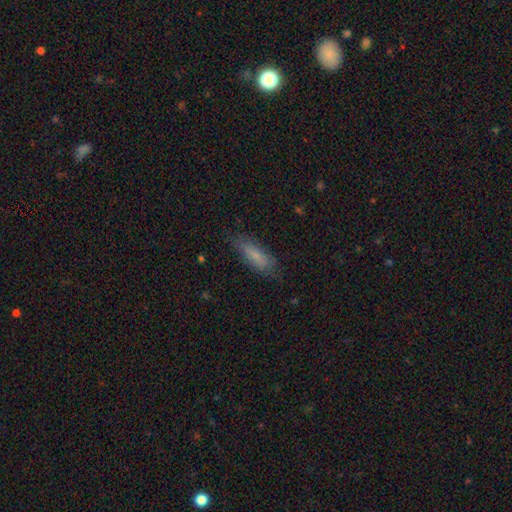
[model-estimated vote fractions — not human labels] This is likely a smooth galaxy (75%). How rounded: possibly cigar-shaped (51%). Merging: likely none (77%).